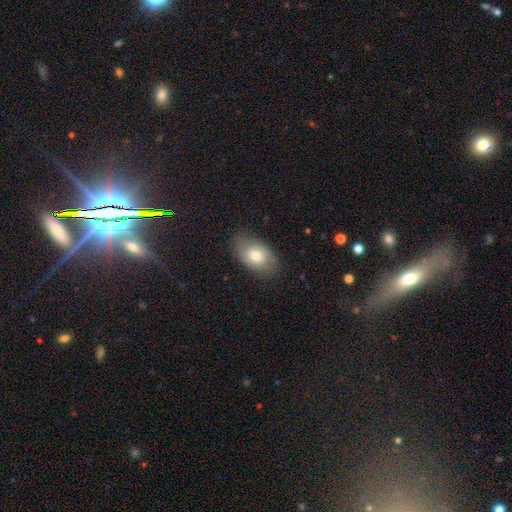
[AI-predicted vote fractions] Smooth or featured: smooth — 71% (featured or disk — 22%)
How rounded: in between — 90% (round — 8%)
Merging: none — 79% (minor disturbance — 16%)